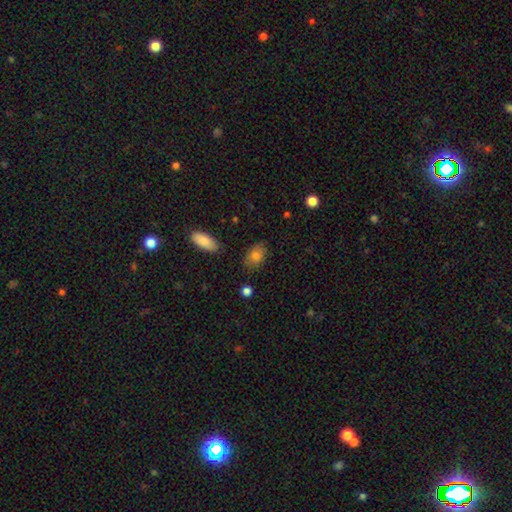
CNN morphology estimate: A smooth galaxy with no disk features (81%) that is in between round and cigar-shaped (84%).

Vote fractions:
- Smooth or featured? smooth: 81% / featured or disk: 11% / star or artifact: 8%
- How rounded? in between: 84% / round: 14% / cigar-shaped: 2%
- Merging? none: 78% / minor disturbance: 16% / major disturbance: 3% / merger: 2%